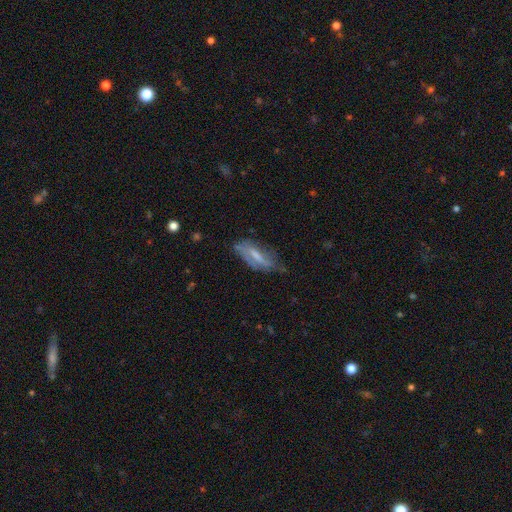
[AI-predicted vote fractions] This is possibly a featured or disk galaxy (49%). Merging: possibly none (50%).